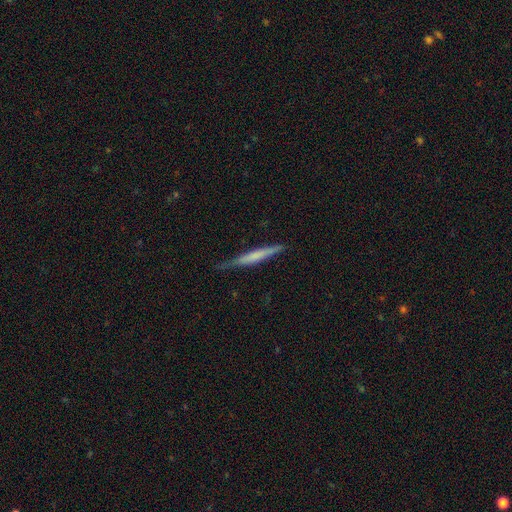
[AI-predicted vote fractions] Q: Smooth or featured?
A: smooth (49%); runner-up: featured or disk (45%)
Q: Merging?
A: none (77%); runner-up: minor disturbance (19%)